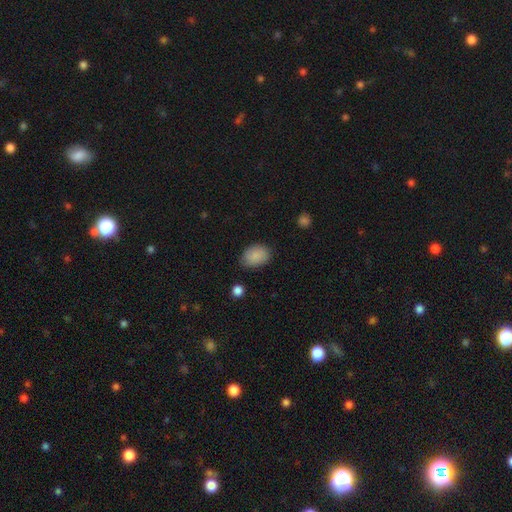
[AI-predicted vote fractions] This appears to be a smooth galaxy with no disk features (86%) that is in between round and cigar-shaped (79%). Merging: none (81%).